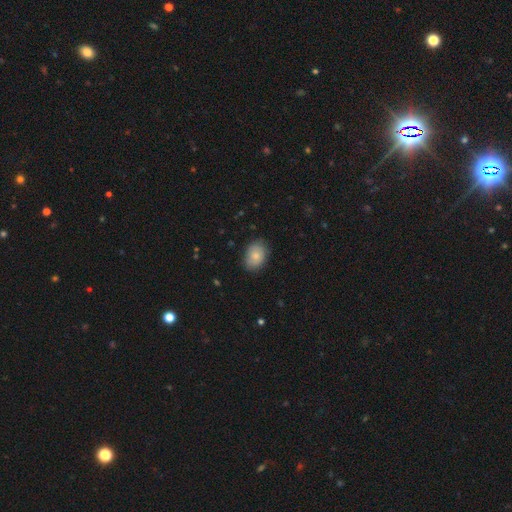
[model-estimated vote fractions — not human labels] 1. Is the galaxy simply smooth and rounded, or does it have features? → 80% smooth, 13% featured or disk, 7% star or artifact.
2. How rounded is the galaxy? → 72% in between, 27% round, 1% cigar-shaped.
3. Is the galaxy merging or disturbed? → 81% none, 15% minor disturbance, 3% major disturbance, 1% merger.